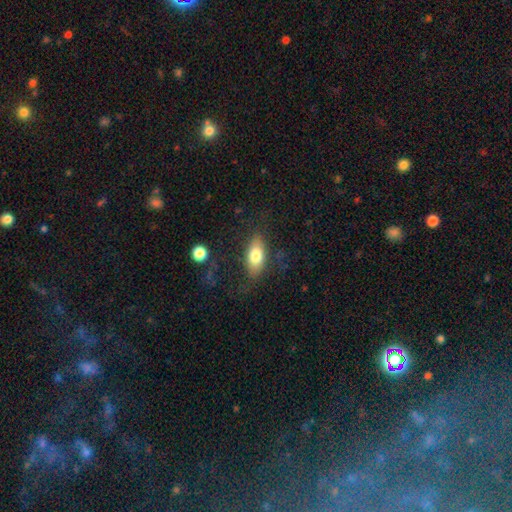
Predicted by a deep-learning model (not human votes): smooth-or-featured: smooth: 75% | featured or disk: 18% | star or artifact: 7%
  how-rounded: in between: 85% | cigar-shaped: 10% | round: 4%
  merging: none: 75% | minor disturbance: 16% | major disturbance: 7% | merger: 2%